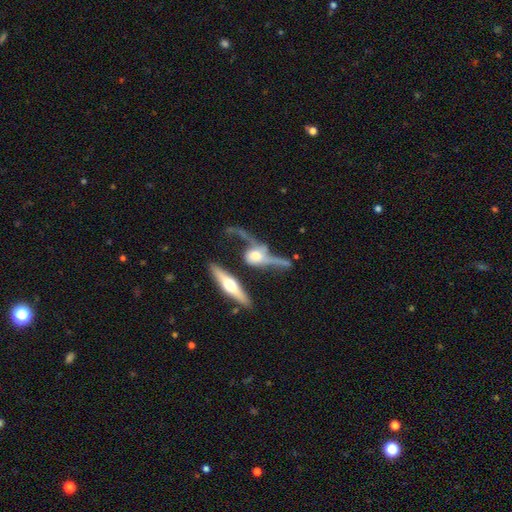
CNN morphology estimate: smooth-or-featured: featured or disk: 73% | smooth: 20% | star or artifact: 7%
  disk-edge-on: yes: 51% | no: 49%
  merging: major disturbance: 30% | merger: 28% | none: 26% | minor disturbance: 15%